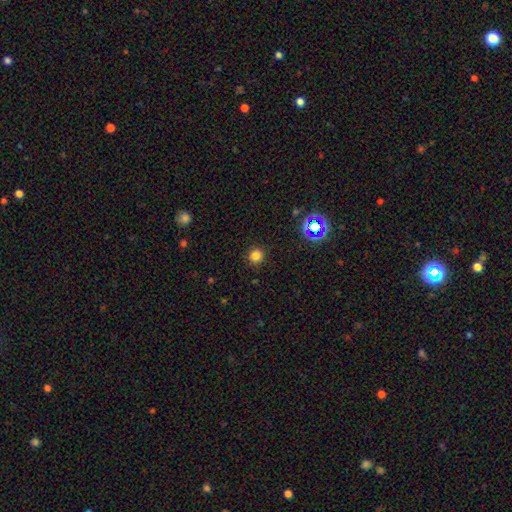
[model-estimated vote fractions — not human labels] Smooth or featured? smooth (78%)
How rounded? round (94%)
Merging? none (90%)